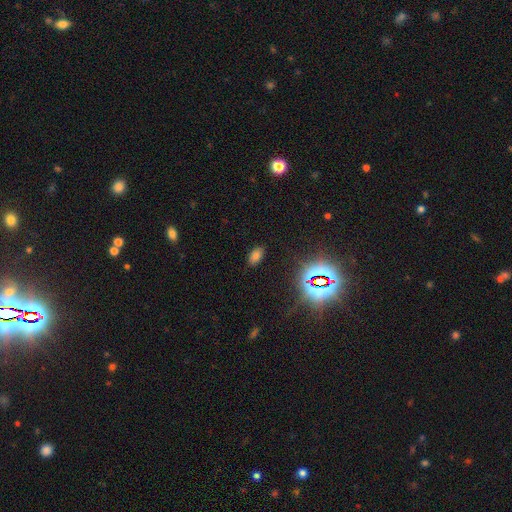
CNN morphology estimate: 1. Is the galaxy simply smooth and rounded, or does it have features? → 67% smooth, 26% star or artifact, 7% featured or disk.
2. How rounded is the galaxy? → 91% in between, 6% round, 2% cigar-shaped.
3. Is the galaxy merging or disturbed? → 85% none, 10% minor disturbance, 3% major disturbance, 1% merger.